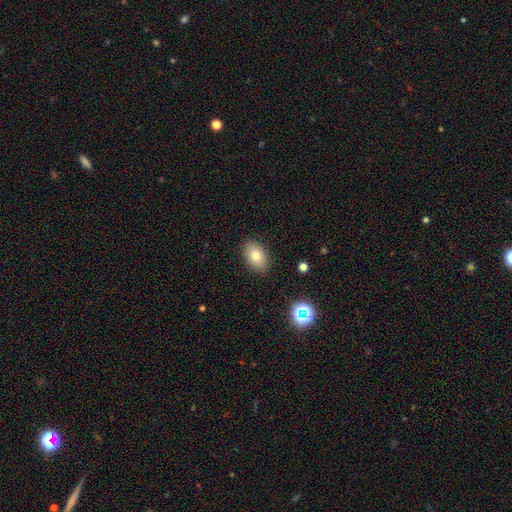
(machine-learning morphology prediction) smooth_or_featured: smooth (p=0.76) [alt: featured or disk p=0.14]
how_rounded: in between (p=0.88) [alt: round p=0.11]
merging: none (p=0.88) [alt: minor disturbance p=0.09]